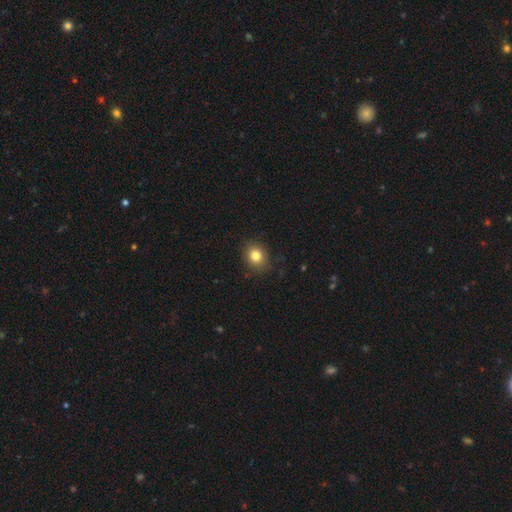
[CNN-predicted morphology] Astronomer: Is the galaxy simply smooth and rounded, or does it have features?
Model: smooth — 82%.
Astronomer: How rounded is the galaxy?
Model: round — 64%.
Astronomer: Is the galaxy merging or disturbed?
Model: none — 87%.